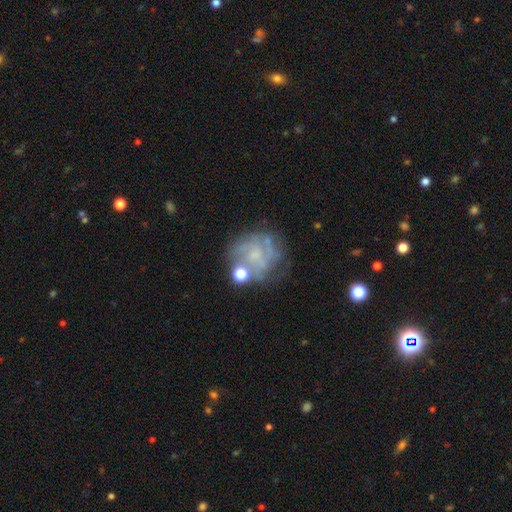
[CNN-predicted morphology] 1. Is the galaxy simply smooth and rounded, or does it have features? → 67% featured or disk, 21% smooth, 12% star or artifact.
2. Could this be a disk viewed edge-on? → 98% no, 2% yes.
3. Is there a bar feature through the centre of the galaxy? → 72% no, 24% weak, 4% strong.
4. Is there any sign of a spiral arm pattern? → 71% yes, 29% no.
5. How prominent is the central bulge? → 45% none, 35% small, 16% moderate, 2% large, 1% dominant.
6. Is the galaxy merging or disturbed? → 55% none, 20% minor disturbance, 17% major disturbance, 8% merger.